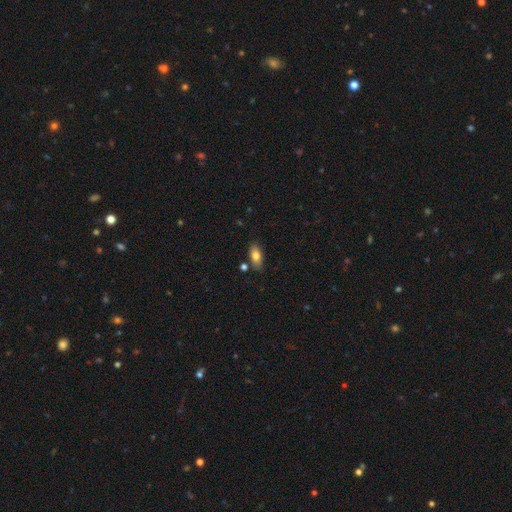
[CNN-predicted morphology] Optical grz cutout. It shows a smooth galaxy with no disk features (79%) that is in between round and cigar-shaped (88%). Merging: none (81%).